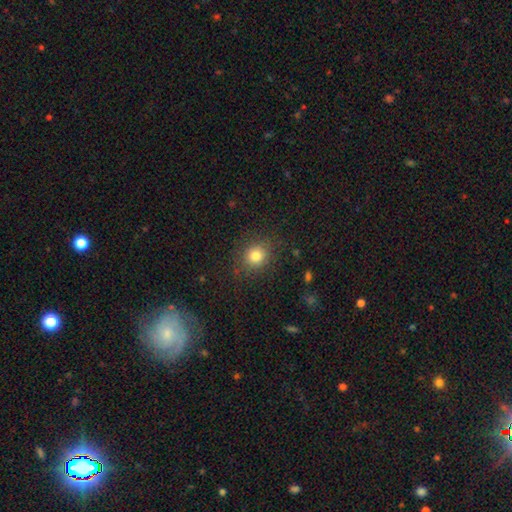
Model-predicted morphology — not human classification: Q: Smooth or featured?
A: smooth (80%); runner-up: star or artifact (13%)
Q: How rounded?
A: round (81%); runner-up: in between (18%)
Q: Merging?
A: none (85%); runner-up: minor disturbance (10%)